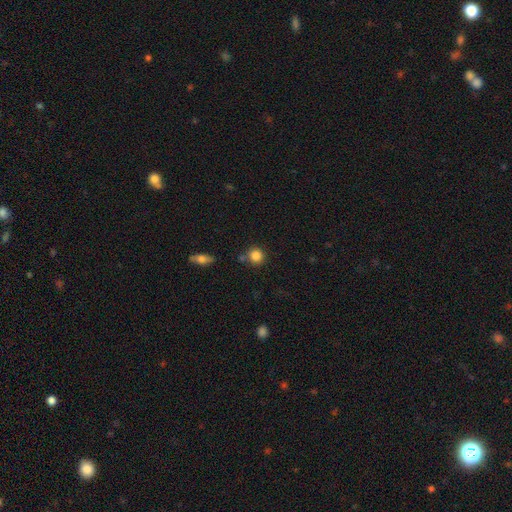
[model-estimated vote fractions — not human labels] smooth_or_featured: smooth (p=0.85) [alt: star or artifact p=0.10]
how_rounded: round (p=0.89) [alt: in between p=0.10]
merging: none (p=0.77) [alt: minor disturbance p=0.10]